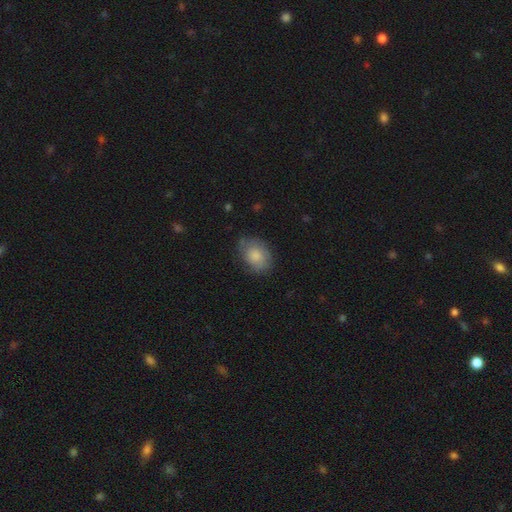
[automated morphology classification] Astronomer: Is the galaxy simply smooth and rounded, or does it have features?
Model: smooth — 74%.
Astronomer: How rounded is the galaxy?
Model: in between — 69%.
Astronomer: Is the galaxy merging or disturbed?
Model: none — 69%.